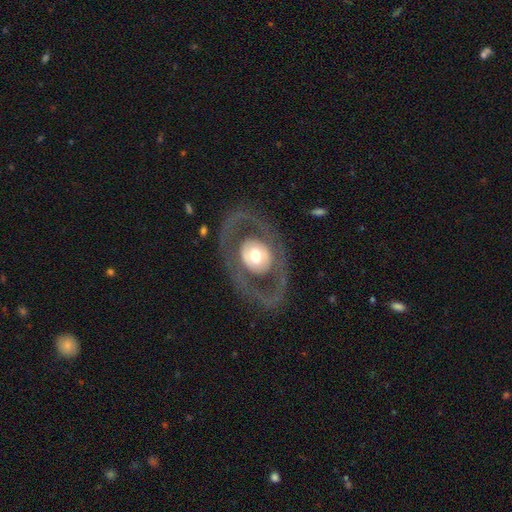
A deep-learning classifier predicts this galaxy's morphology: Overall: featured or disk (65%; smooth 30%). Edge-on disk: no (92%). Bar: no (81%). Spiral arms: no (78%). Bulge size: moderate (53%; large 37%). Merging: none (77%).